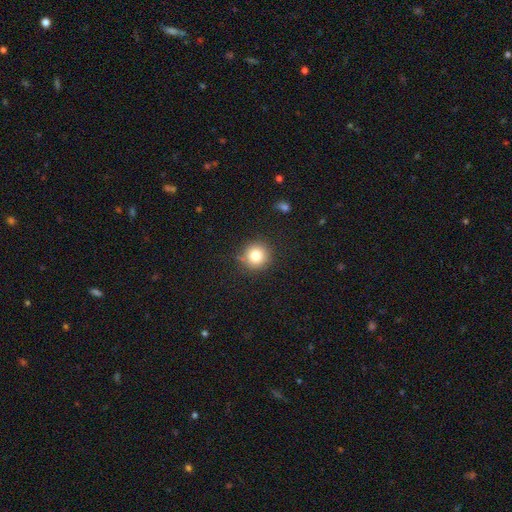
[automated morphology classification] smooth-or-featured: smooth: 80% | star or artifact: 12% | featured or disk: 8%
  how-rounded: round: 94% | in between: 5% | cigar-shaped: 1%
  merging: none: 85% | minor disturbance: 10% | major disturbance: 3% | merger: 2%